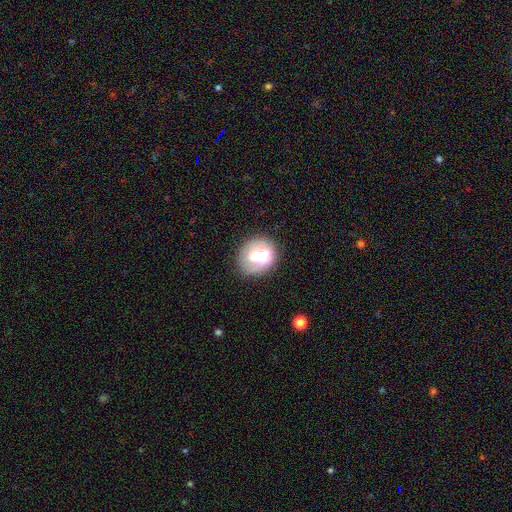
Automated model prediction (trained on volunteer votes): Q: Smooth or featured?
A: smooth (50%); runner-up: featured or disk (31%)
Q: How rounded?
A: round (65%); runner-up: in between (34%)
Q: Merging?
A: none (61%); runner-up: minor disturbance (19%)